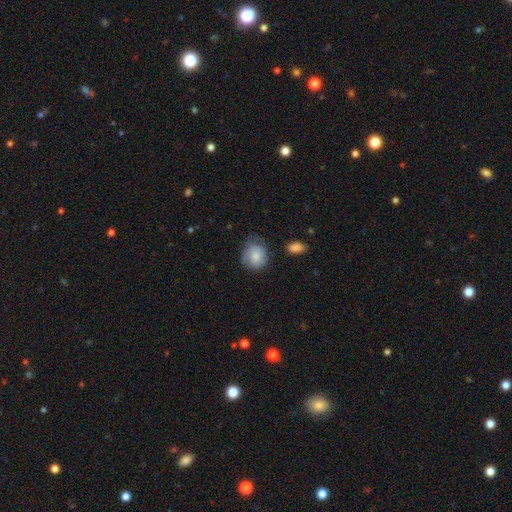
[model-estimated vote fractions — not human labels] Smooth or featured? smooth (77%)
How rounded? round (69%)
Merging? none (49%)